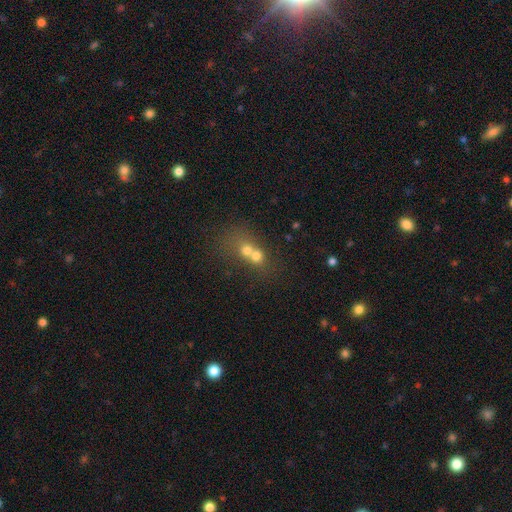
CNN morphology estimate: The model was most divided on "how rounded": round: 67%, in between: 31%, cigar-shaped: 2%. More confident: merging — merger (71%); smooth or featured — smooth (65%).